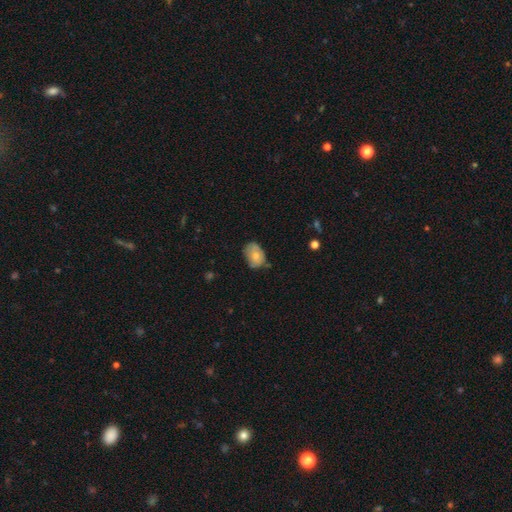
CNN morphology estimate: smooth_or_featured: smooth (p=0.70) [alt: featured or disk p=0.22]
how_rounded: in between (p=0.78) [alt: round p=0.21]
merging: none (p=0.56) [alt: minor disturbance p=0.33]